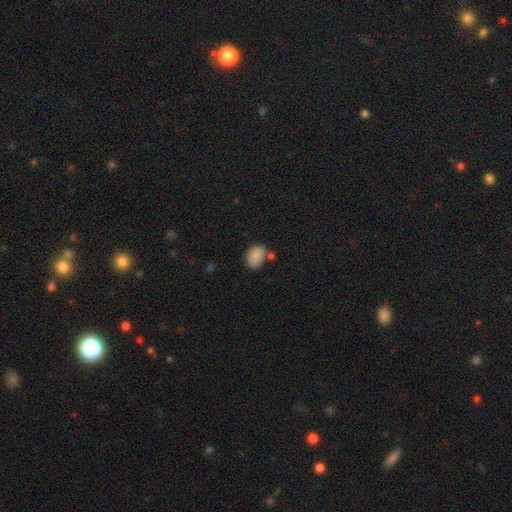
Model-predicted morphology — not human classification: The model was most divided on "merging": none: 66%, minor disturbance: 17%, merger: 12%, major disturbance: 5%. More confident: smooth or featured — smooth (87%); how rounded — in between (82%).